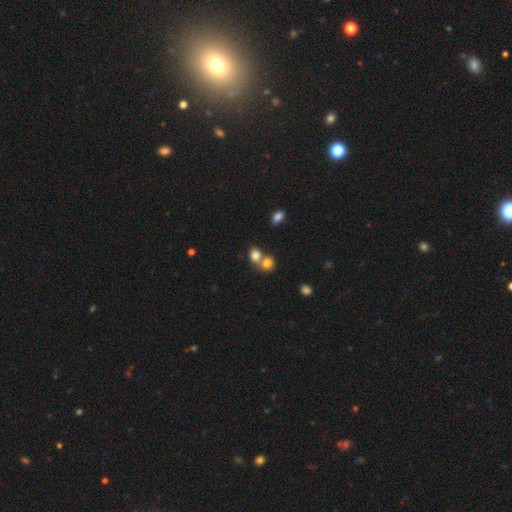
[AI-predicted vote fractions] Smooth or featured? Predicted: smooth (p=0.80). How rounded? Predicted: round (p=0.54). Merging? Predicted: merger (p=0.54).